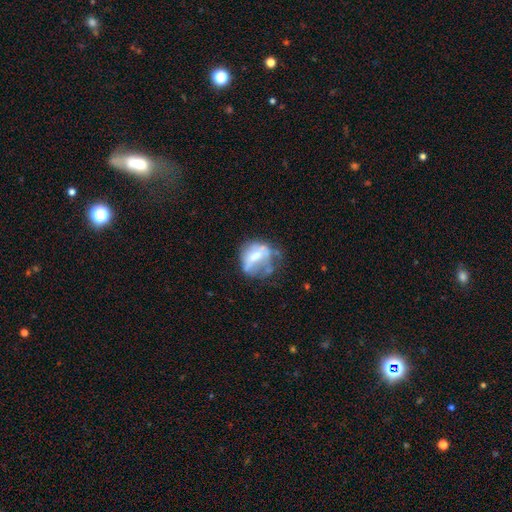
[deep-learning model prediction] This appears to be a featured or disk galaxy (50%). Merging: none (33%).